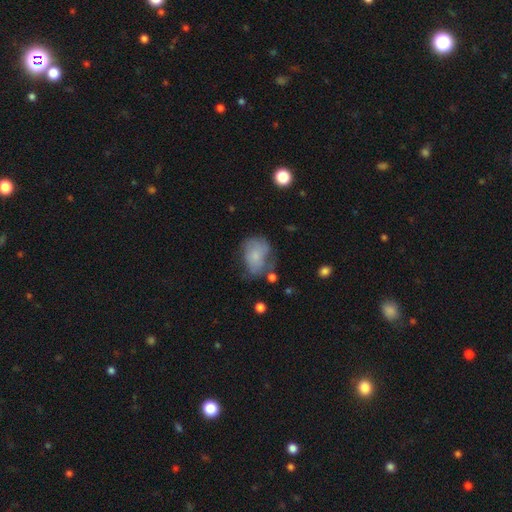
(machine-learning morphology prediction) Smooth or featured? smooth (66%)
How rounded? in between (66%)
Merging? none (37%)